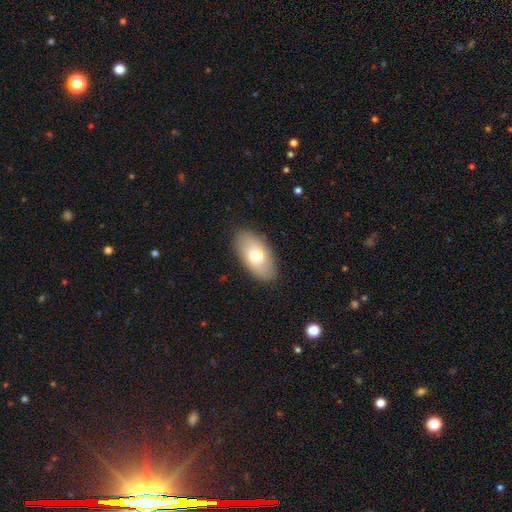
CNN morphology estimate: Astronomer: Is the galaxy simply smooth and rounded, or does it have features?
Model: smooth — 71%.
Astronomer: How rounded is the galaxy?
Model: in between — 93%.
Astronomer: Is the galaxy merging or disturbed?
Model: none — 88%.